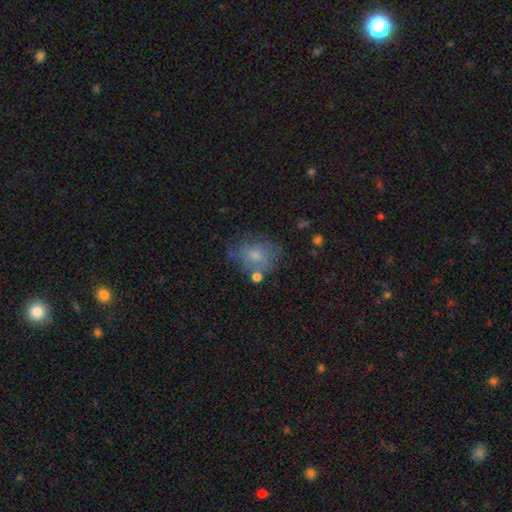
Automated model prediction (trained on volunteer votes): Smooth or featured? Predicted: smooth (p=0.66). How rounded? Predicted: in between (p=0.52). Merging? Predicted: none (p=0.53).